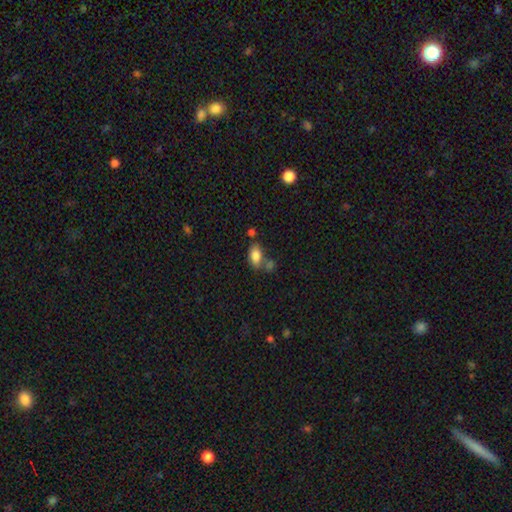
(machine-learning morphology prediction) Smooth or featured: smooth — 82% (featured or disk — 10%)
How rounded: in between — 89% (round — 8%)
Merging: none — 52% (merger — 23%)